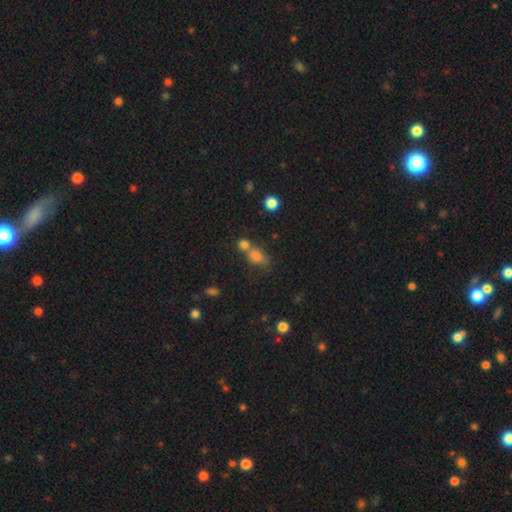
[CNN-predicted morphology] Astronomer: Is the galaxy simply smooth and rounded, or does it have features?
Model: smooth — 74%.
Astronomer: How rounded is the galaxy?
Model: in between — 65%.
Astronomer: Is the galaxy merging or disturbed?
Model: merger — 45% (runner-up: none, 36%).